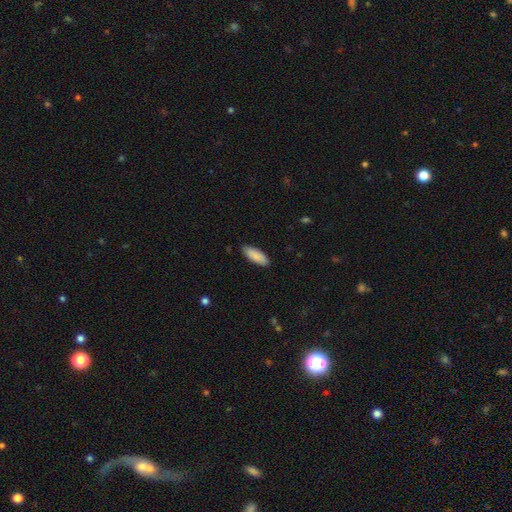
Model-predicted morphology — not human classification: smooth 89%, star or artifact 5%, featured or disk 5%. Down the decision tree: how rounded — in between (75%); merging — none (87%).